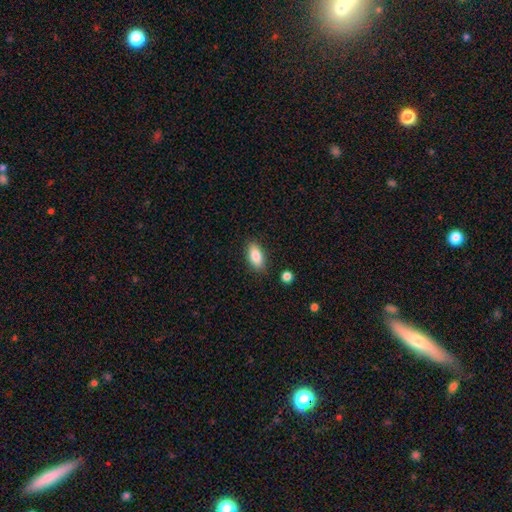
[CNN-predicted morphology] The model was most divided on "merging": none: 86%, minor disturbance: 10%, major disturbance: 2%, merger: 2%. More confident: how rounded — in between (88%); smooth or featured — smooth (86%).